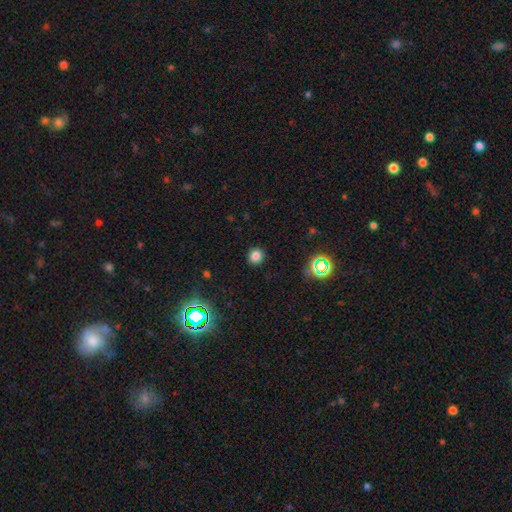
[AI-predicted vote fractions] A smooth galaxy with no disk features (78%) that is round (86%).

Vote fractions:
- Smooth or featured? smooth: 78% / star or artifact: 17% / featured or disk: 5%
- How rounded? round: 86% / in between: 13% / cigar-shaped: 1%
- Merging? none: 90% / minor disturbance: 6% / major disturbance: 2% / merger: 1%